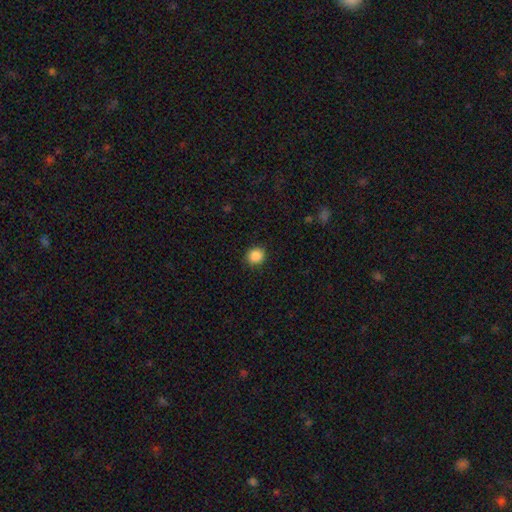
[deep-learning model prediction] A smooth galaxy with no disk features (87%) that is round (86%).

Vote fractions:
- Smooth or featured? smooth: 87% / star or artifact: 10% / featured or disk: 3%
- How rounded? round: 86% / in between: 13% / cigar-shaped: 1%
- Merging? none: 90% / minor disturbance: 7% / major disturbance: 2% / merger: 1%